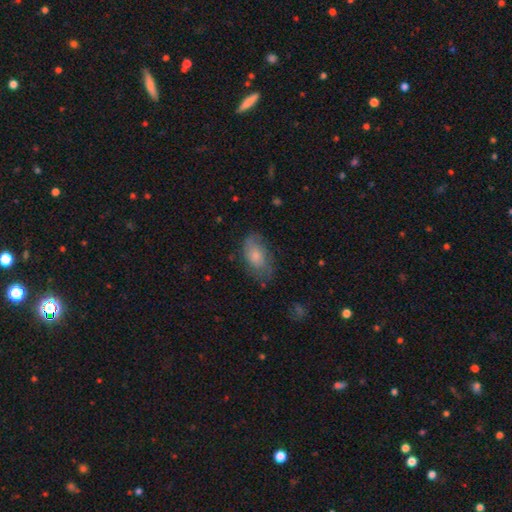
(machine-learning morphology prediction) smooth_or_featured: smooth (p=0.57) [alt: featured or disk p=0.35]
how_rounded: in between (p=0.90) [alt: round p=0.07]
merging: none (p=0.62) [alt: minor disturbance p=0.25]